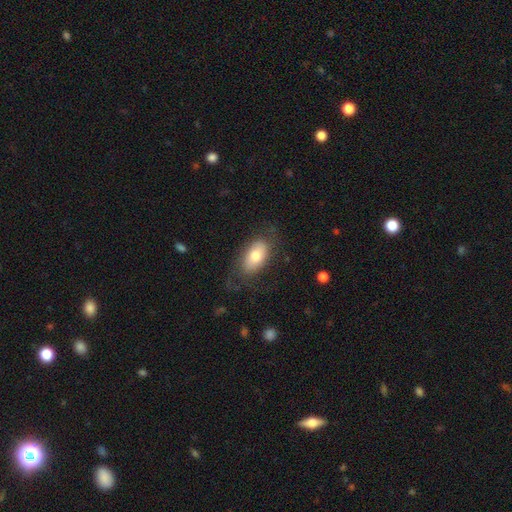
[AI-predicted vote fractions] Morphology: type=smooth (70%); roundness=in between (92%); merging=none (67%).